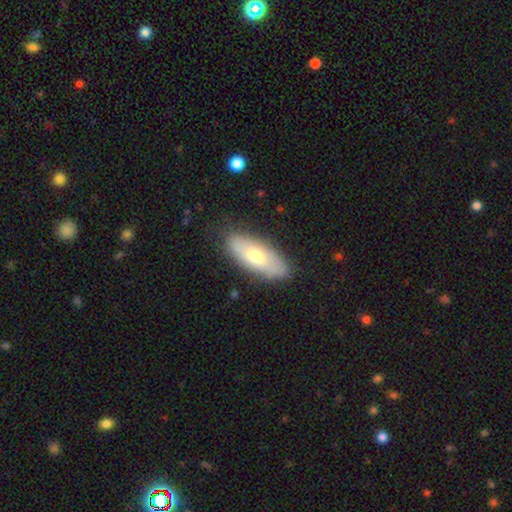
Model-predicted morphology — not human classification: The model was most divided on "smooth or featured": smooth: 57%, featured or disk: 37%, star or artifact: 6%. More confident: merging — none (82%); how rounded — in between (80%).